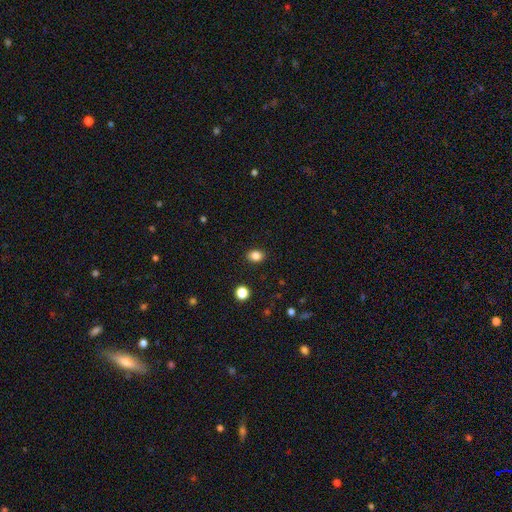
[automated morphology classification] smooth 84%, star or artifact 11%, featured or disk 5%. Down the decision tree: how rounded — in between (64%); merging — none (89%).